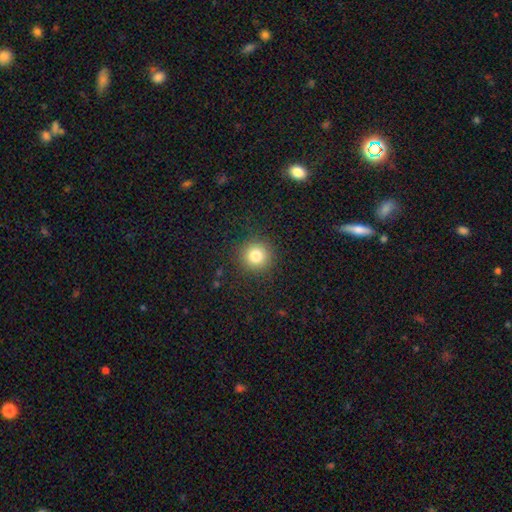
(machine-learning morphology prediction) Overall: smooth (81%). How rounded: round (95%). Merging: none (90%).